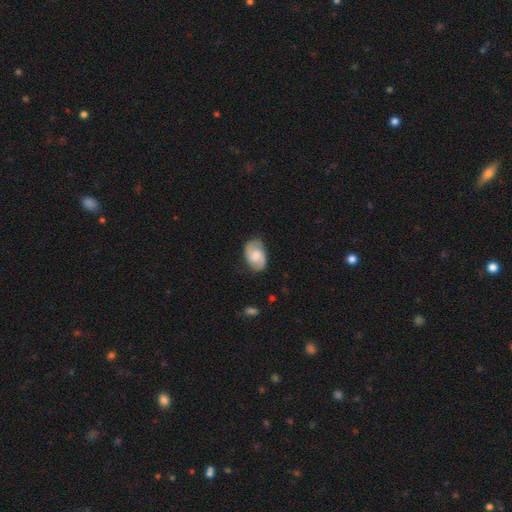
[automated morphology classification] The model was most divided on "spiral winding": medium: 47%, tight: 29%, loose: 24%. More confident: edge-on disk — no (96%); spiral arms — yes (91%); spiral arm count — 2 (87%); merging — none (78%); smooth or featured — featured or disk (60%); bar — no (56%); bulge size — moderate (55%).